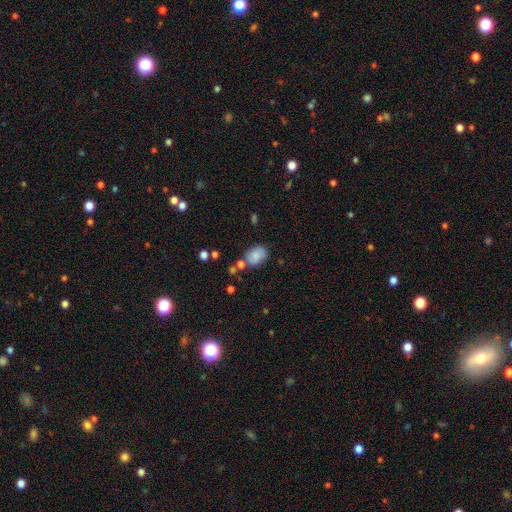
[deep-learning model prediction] This appears to be a smooth galaxy with no disk features (80%) that is in between round and cigar-shaped (73%). Merging: none (63%).